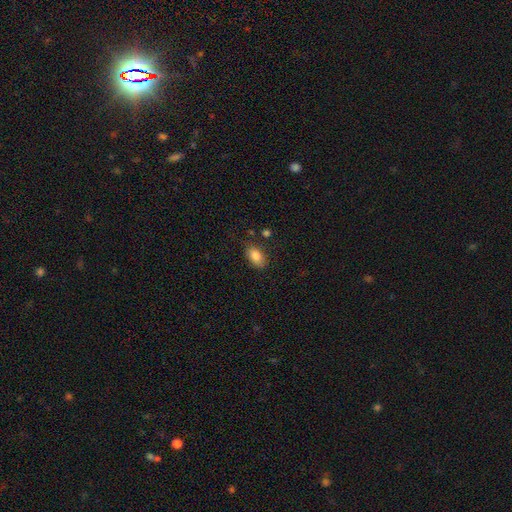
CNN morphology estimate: type=smooth (84%); roundness=in between (89%); merging=none (76%).